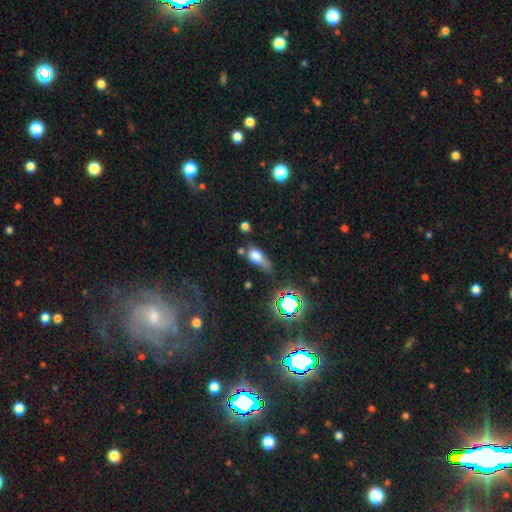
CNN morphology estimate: A smooth galaxy with no disk features (68%) that is in between round and cigar-shaped (72%). Merging: minor disturbance (33%).